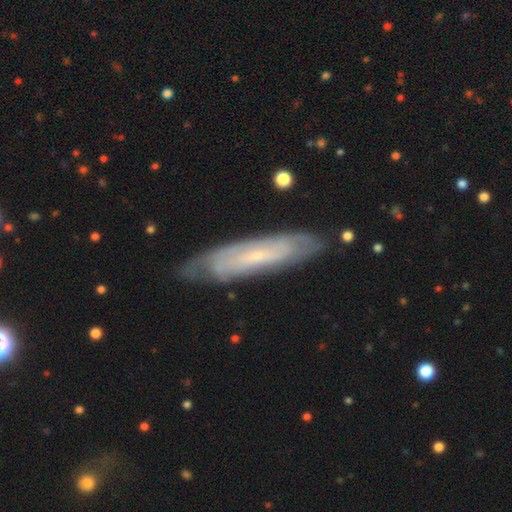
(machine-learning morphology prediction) This appears to be a featured or disk galaxy (65%). Merging: none (78%).